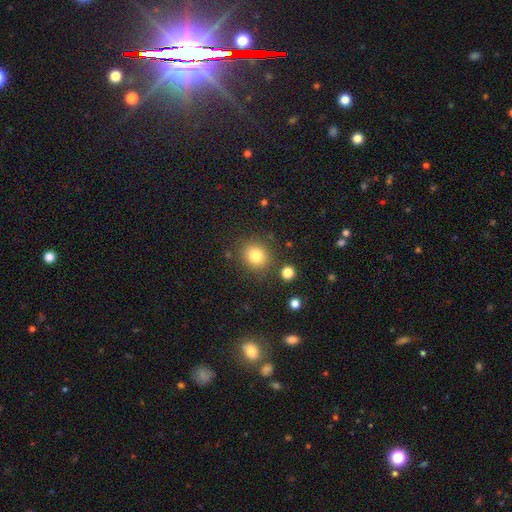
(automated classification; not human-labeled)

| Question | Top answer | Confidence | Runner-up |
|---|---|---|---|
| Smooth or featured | smooth | 80% | star or artifact (12%) |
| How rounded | round | 84% | in between (15%) |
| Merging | none | 85% | minor disturbance (8%) |